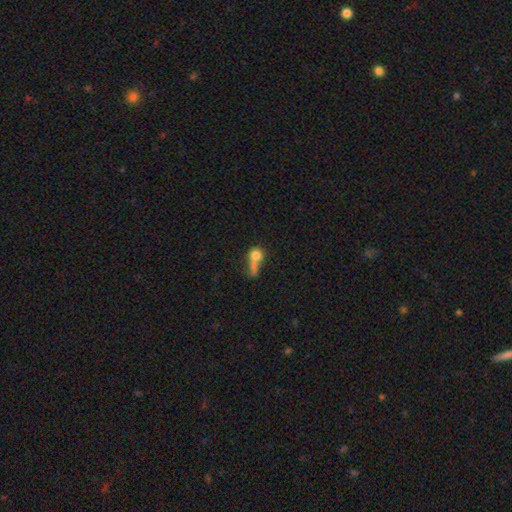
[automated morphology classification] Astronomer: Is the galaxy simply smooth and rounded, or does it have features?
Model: smooth — 67%.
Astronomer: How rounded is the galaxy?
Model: round — 61%.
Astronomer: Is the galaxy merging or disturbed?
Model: merger — 41% (runner-up: none, 27%).